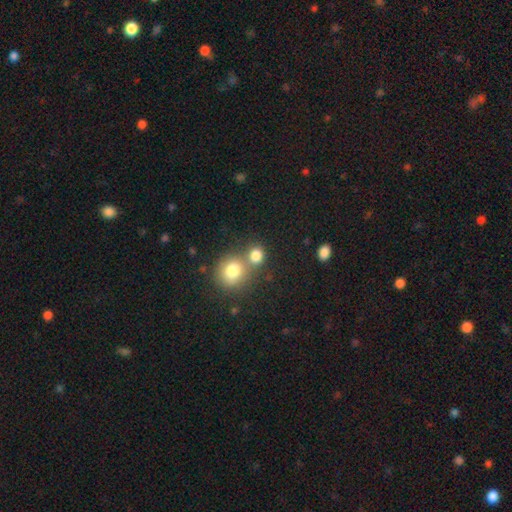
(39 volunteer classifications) Volunteers were most divided on "merging": none: 63%, merger: 26%, minor disturbance: 9%, major disturbance: 3%. More confident: how rounded — round (85%); smooth or featured — smooth (85%).